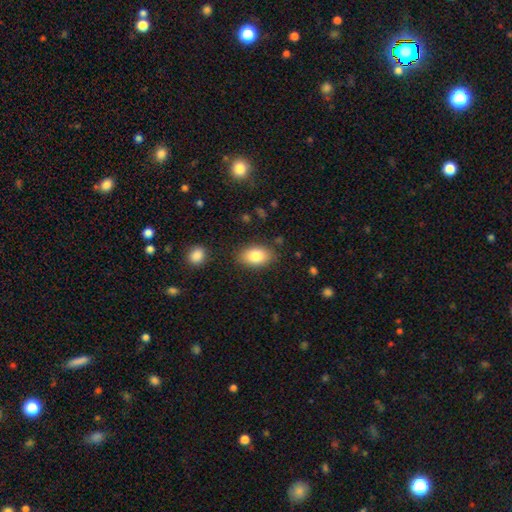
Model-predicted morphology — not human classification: Smooth or featured: smooth — 83% (featured or disk — 9%)
How rounded: in between — 89% (round — 9%)
Merging: none — 83% (minor disturbance — 12%)